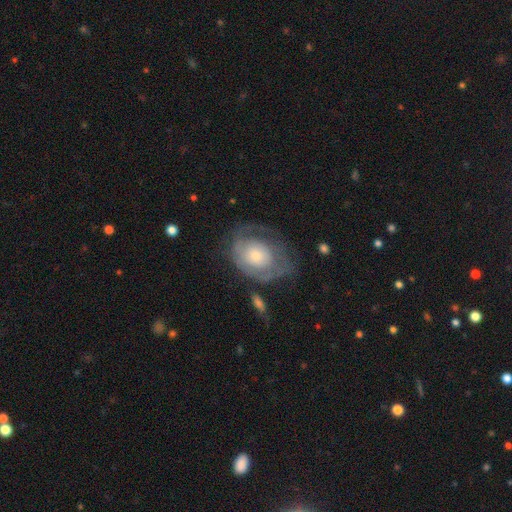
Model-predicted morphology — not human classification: smooth-or-featured: featured or disk: 58% | smooth: 35% | star or artifact: 7%
  disk-edge-on: no: 96% | yes: 4%
    bar: no: 83% | weak: 14% | strong: 3%
    has-spiral-arms: yes: 59% | no: 41%
    bulge-size: small: 49% | moderate: 37% | large: 9% | none: 2% | dominant: 2%
  merging: none: 50% | minor disturbance: 24% | major disturbance: 22% | merger: 4%